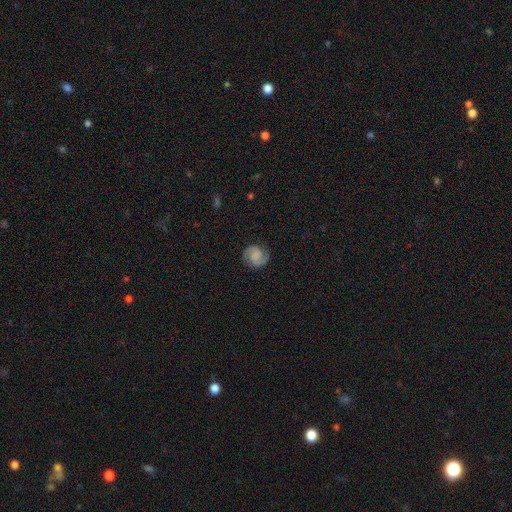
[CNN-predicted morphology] This is likely a featured or disk galaxy (79%). It is clearly not viewed edge-on (98%). Bar: possibly no (56%). Spiral arm pattern: clearly yes (97%). Spiral arm count: clearly 2 (93%). Spiral winding: possibly medium (51%). Central bulge: possibly none (58%). Merging: clearly none (84%).